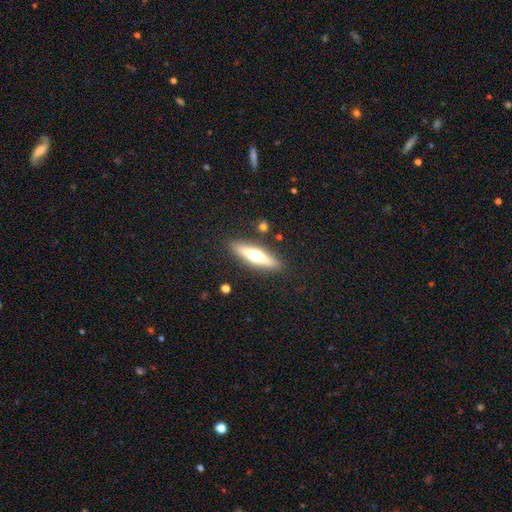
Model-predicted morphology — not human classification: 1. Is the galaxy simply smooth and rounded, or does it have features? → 53% featured or disk, 41% smooth, 7% star or artifact.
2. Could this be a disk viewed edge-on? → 91% yes, 9% no.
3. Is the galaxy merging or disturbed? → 88% none, 8% minor disturbance, 2% major disturbance, 2% merger.